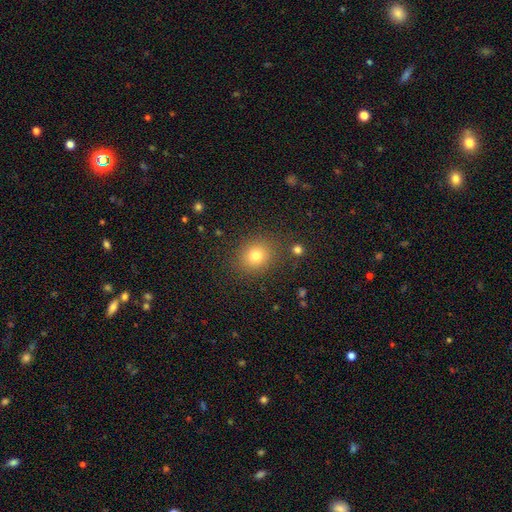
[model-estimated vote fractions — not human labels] A smooth galaxy with no disk features (78%) that is round (67%).

Vote fractions:
- Smooth or featured? smooth: 78% / star or artifact: 14% / featured or disk: 8%
- How rounded? round: 67% / in between: 32% / cigar-shaped: 1%
- Merging? none: 85% / minor disturbance: 9% / major disturbance: 3% / merger: 3%